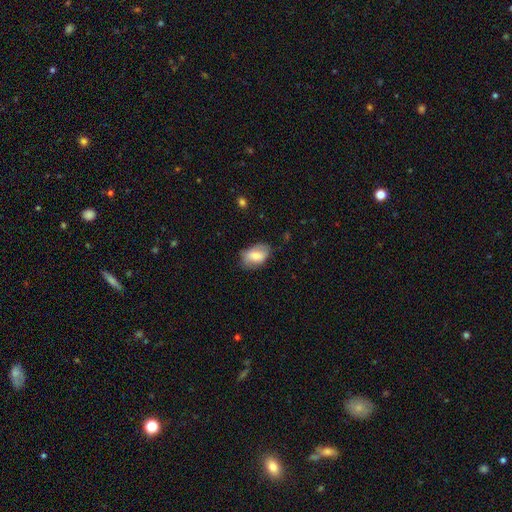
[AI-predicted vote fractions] The model was most divided on "merging": none: 68%, minor disturbance: 25%, major disturbance: 6%, merger: 1%. More confident: how rounded — in between (88%); smooth or featured — smooth (71%).